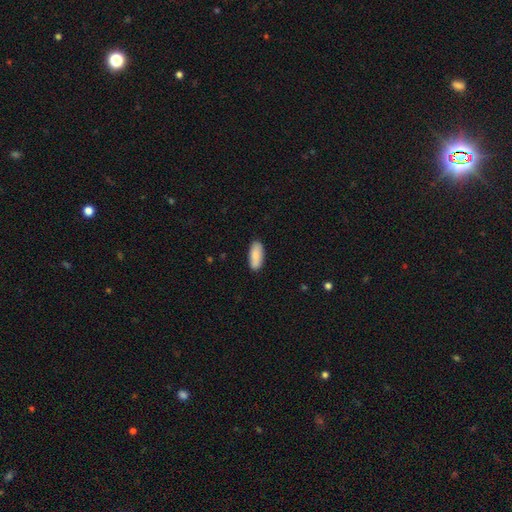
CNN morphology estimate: Q: Smooth or featured?
A: smooth (84%); runner-up: featured or disk (10%)
Q: How rounded?
A: in between (83%); runner-up: cigar-shaped (15%)
Q: Merging?
A: none (86%); runner-up: minor disturbance (11%)